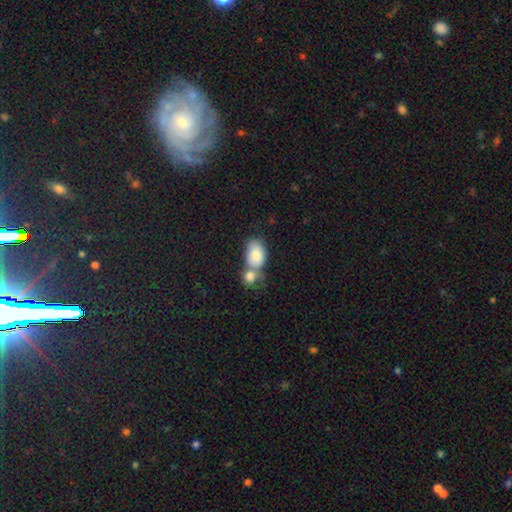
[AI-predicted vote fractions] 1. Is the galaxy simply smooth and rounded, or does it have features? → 81% smooth, 12% featured or disk, 7% star or artifact.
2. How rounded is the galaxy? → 85% in between, 13% round, 1% cigar-shaped.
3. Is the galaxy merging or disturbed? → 55% merger, 28% none, 12% minor disturbance, 5% major disturbance.